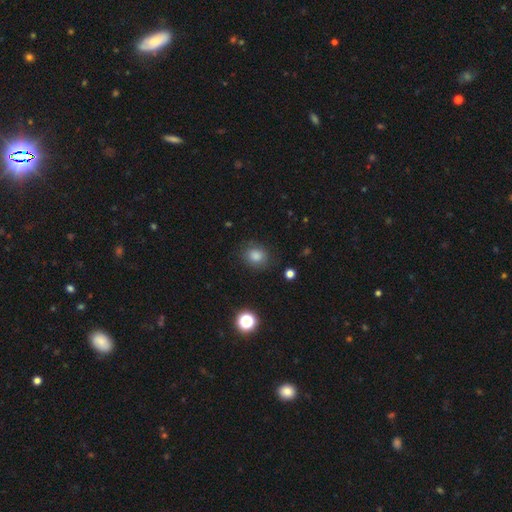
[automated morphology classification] smooth 81%, star or artifact 14%, featured or disk 6%. Down the decision tree: how rounded — round (70%); merging — none (83%).